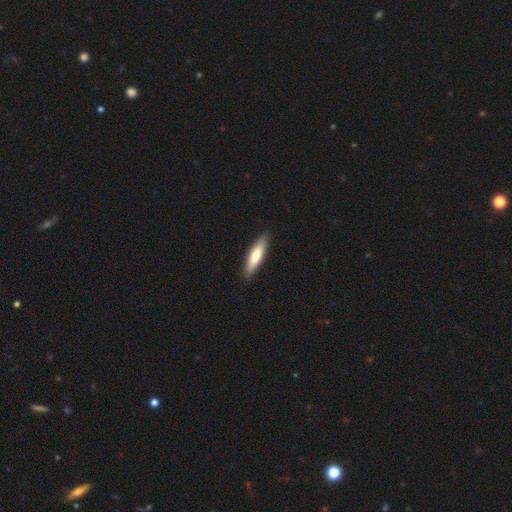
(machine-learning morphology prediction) Smooth or featured? smooth (70%)
How rounded? cigar-shaped (71%)
Merging? none (90%)